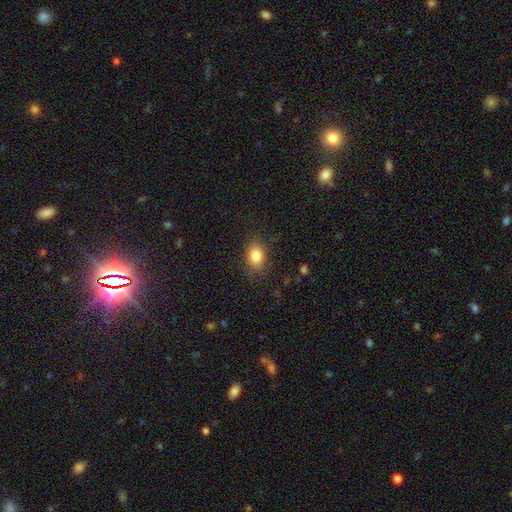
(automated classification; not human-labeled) A smooth galaxy with no disk features (83%) that is in between round and cigar-shaped (69%).

Vote fractions:
- Smooth or featured? smooth: 83% / star or artifact: 10% / featured or disk: 7%
- How rounded? in between: 69% / round: 30% / cigar-shaped: 1%
- Merging? none: 83% / minor disturbance: 12% / major disturbance: 4% / merger: 1%